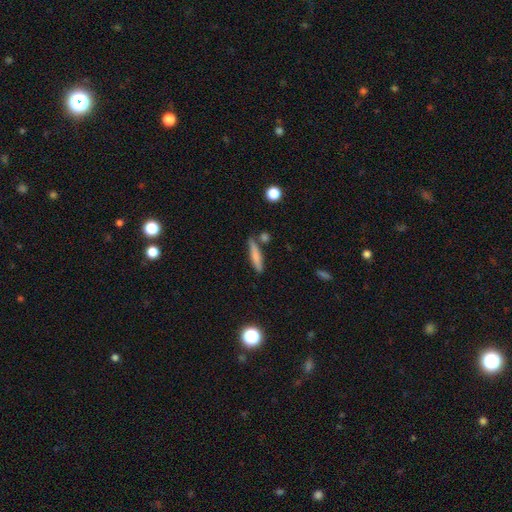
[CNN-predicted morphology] smooth 73%, featured or disk 20%, star or artifact 7%. Down the decision tree: how rounded — cigar-shaped (85%); merging — none (73%).